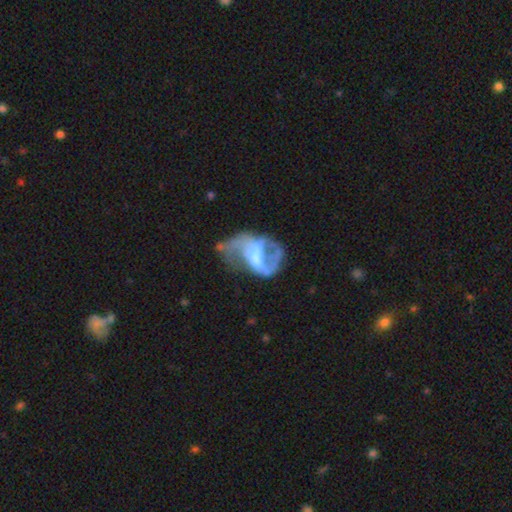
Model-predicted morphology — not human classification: smooth-or-featured: featured or disk: 81% | smooth: 12% | star or artifact: 7%
  disk-edge-on: no: 97% | yes: 3%
    bar: weak: 42% | strong: 32% | no: 26%
    has-spiral-arms: yes: 78% | no: 22%
      spiral-winding: loose: 53% | medium: 36% | tight: 10%
      spiral-arm-count: 2: 77% | can't tell: 10% | 1: 6% | 3: 3% | 4: 2% | more than 4: 1%
    bulge-size: moderate: 42% | small: 28% | none: 18% | large: 10% | dominant: 2%
  merging: none: 38% | major disturbance: 34% | minor disturbance: 21% | merger: 7%